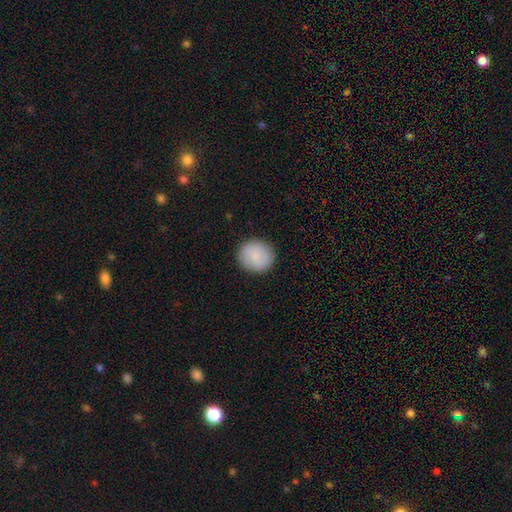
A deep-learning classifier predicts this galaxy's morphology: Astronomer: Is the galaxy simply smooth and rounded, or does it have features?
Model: smooth — 86%.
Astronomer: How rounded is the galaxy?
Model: round — 88%.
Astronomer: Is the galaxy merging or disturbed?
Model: none — 90%.